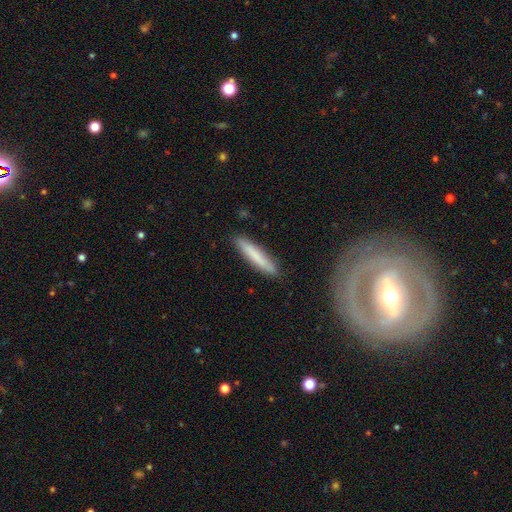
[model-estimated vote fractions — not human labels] smooth_or_featured: smooth (p=0.75) [alt: featured or disk p=0.19]
how_rounded: cigar-shaped (p=0.92) [alt: in between p=0.07]
merging: none (p=0.88) [alt: minor disturbance p=0.09]